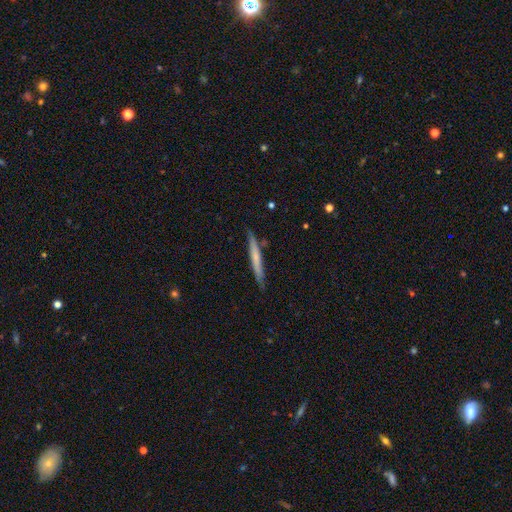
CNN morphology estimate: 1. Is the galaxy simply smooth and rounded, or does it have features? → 47% featured or disk (tied), 47% smooth (tied), 6% star or artifact.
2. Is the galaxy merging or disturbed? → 89% none, 8% minor disturbance, 1% major disturbance, 1% merger.